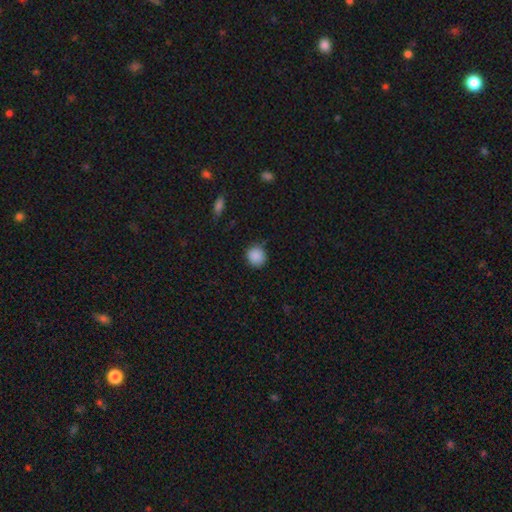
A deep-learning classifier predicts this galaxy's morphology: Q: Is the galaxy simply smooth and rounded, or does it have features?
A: smooth — 88%.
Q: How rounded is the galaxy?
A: round — 90%.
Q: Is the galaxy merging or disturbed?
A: none — 84%.